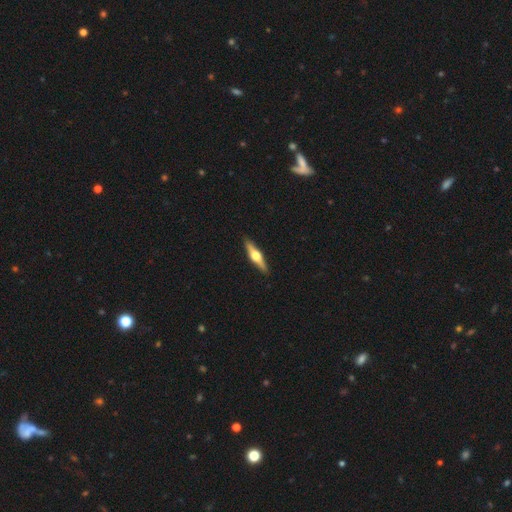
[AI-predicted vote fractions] Smooth or featured?
  - featured or disk: 69% *
  - smooth: 25%
  - star or artifact: 5%
Edge-on disk?
  - yes: 97% *
  - no: 3%
Edge-on bulge?
  - rounded: 95% *
  - boxy: 3%
  - none: 2%
Merging?
  - none: 91% *
  - minor disturbance: 6%
  - major disturbance: 1%
  - merger: 1%